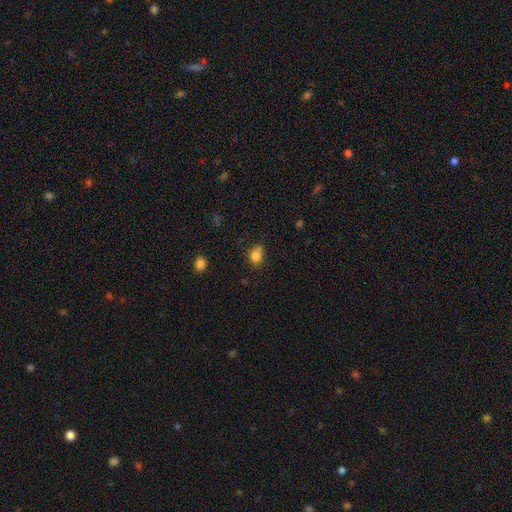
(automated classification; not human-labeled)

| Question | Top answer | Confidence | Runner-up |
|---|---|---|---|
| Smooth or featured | smooth | 81% | star or artifact (12%) |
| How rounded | round | 59% | in between (39%) |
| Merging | none | 57% | minor disturbance (21%) |